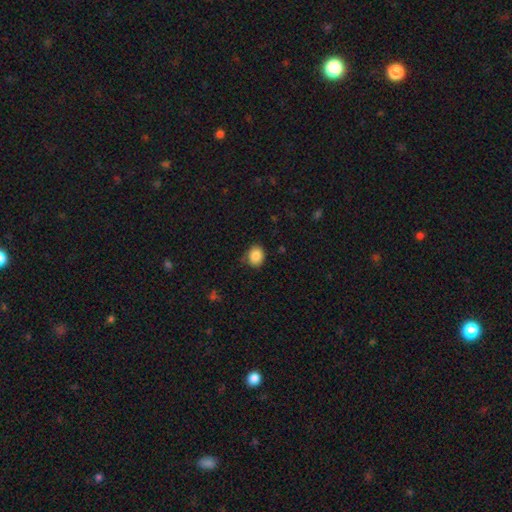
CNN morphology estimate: Smooth or featured? Predicted: smooth (p=0.86). How rounded? Predicted: round (p=0.55). Merging? Predicted: none (p=0.74).